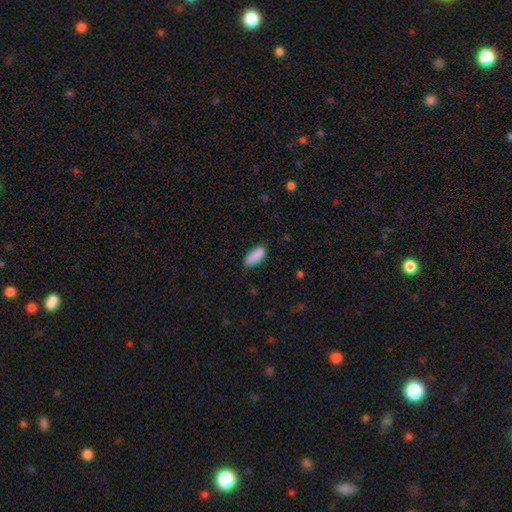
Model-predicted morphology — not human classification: The model was most divided on "merging": none: 77%, minor disturbance: 18%, major disturbance: 3%, merger: 2%. More confident: smooth or featured — smooth (88%); how rounded — in between (79%).